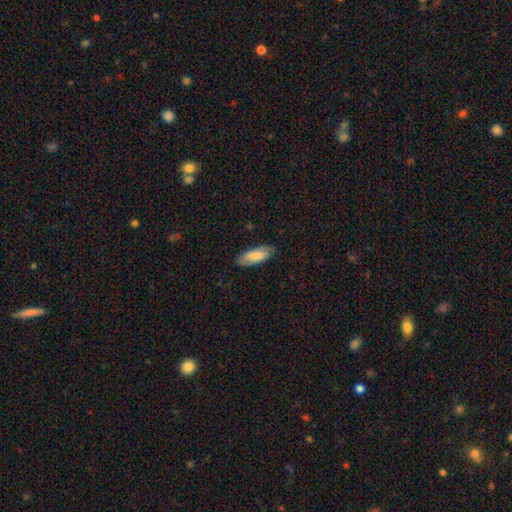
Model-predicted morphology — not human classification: type=smooth (69%); roundness=in between (74%); merging=none (83%).